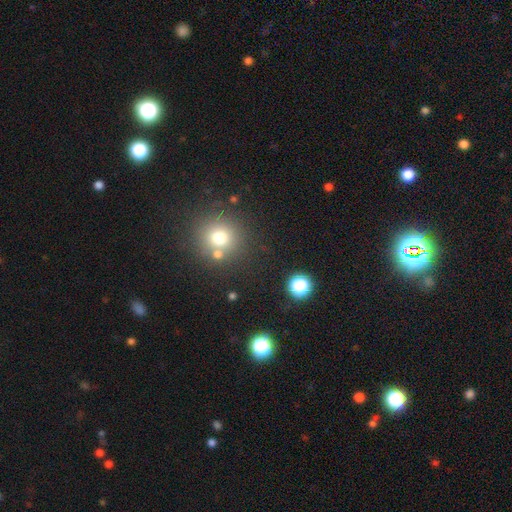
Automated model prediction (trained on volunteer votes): smooth 48%, star or artifact 44%, featured or disk 7%. Down the decision tree: merging — none (87%).